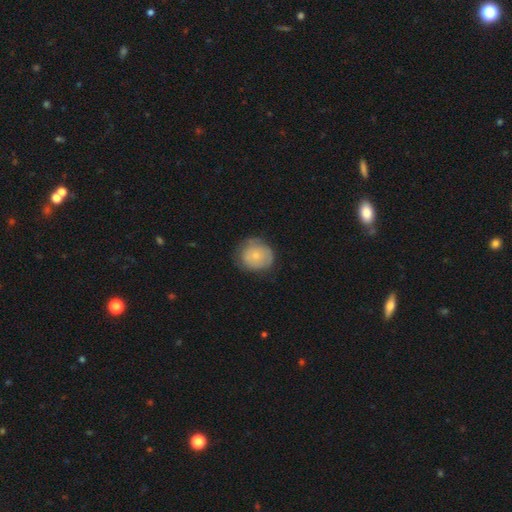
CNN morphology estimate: Q: Smooth or featured?
A: smooth (70%); runner-up: featured or disk (23%)
Q: How rounded?
A: round (78%); runner-up: in between (21%)
Q: Merging?
A: none (67%); runner-up: minor disturbance (25%)